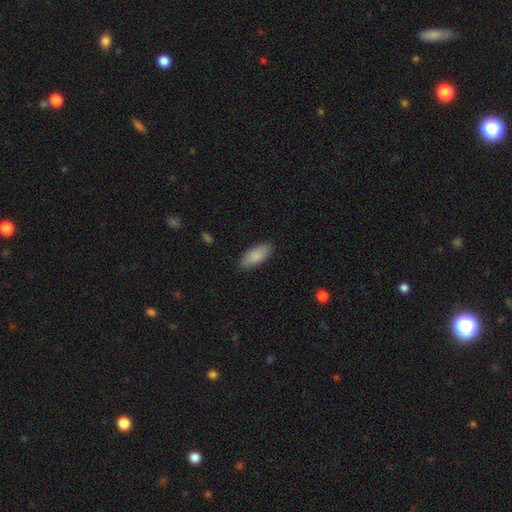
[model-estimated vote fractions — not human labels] smooth-or-featured: smooth: 87% | featured or disk: 8% | star or artifact: 6%
  how-rounded: in between: 87% | cigar-shaped: 11% | round: 2%
  merging: none: 86% | minor disturbance: 11% | major disturbance: 2% | merger: 1%